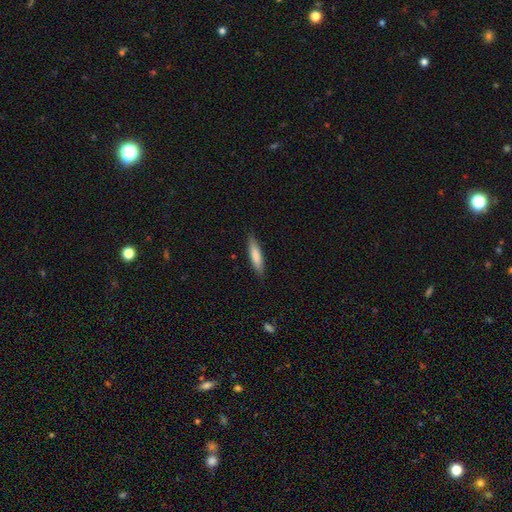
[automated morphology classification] smooth 79%, featured or disk 15%, star or artifact 5%. Down the decision tree: how rounded — cigar-shaped (77%); merging — none (87%).